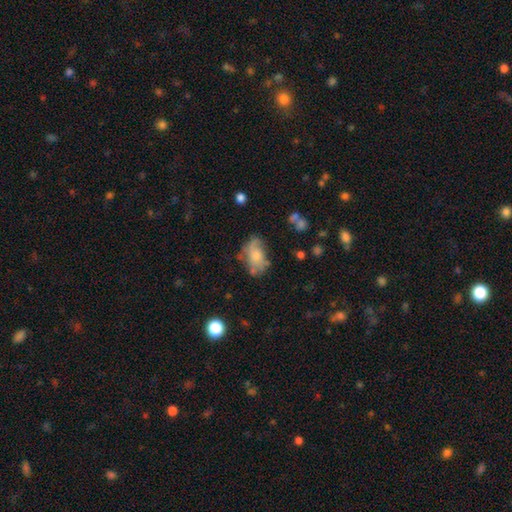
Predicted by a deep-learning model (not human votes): Smooth or featured?
  - smooth: 54% *
  - featured or disk: 37%
  - star or artifact: 9%
How rounded?
  - in between: 87% *
  - round: 11%
  - cigar-shaped: 2%
Merging?
  - none: 46% *
  - minor disturbance: 30%
  - major disturbance: 18%
  - merger: 6%